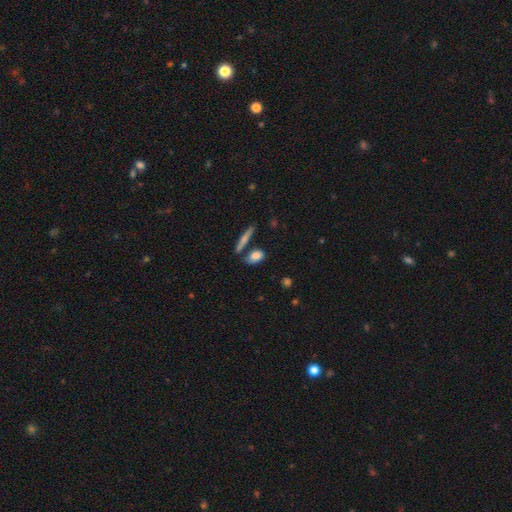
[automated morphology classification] Q: Smooth or featured?
A: smooth (80%); runner-up: featured or disk (12%)
Q: How rounded?
A: in between (74%); runner-up: cigar-shaped (15%)
Q: Merging?
A: none (64%); runner-up: merger (16%)